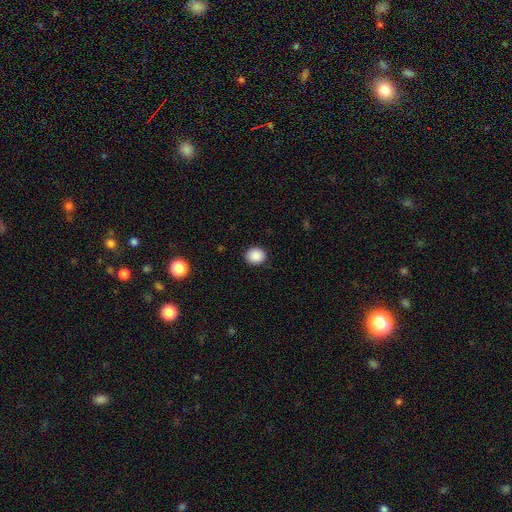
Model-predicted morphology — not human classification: A smooth galaxy with no disk features (89%) that is round (77%). Merging: none (90%).